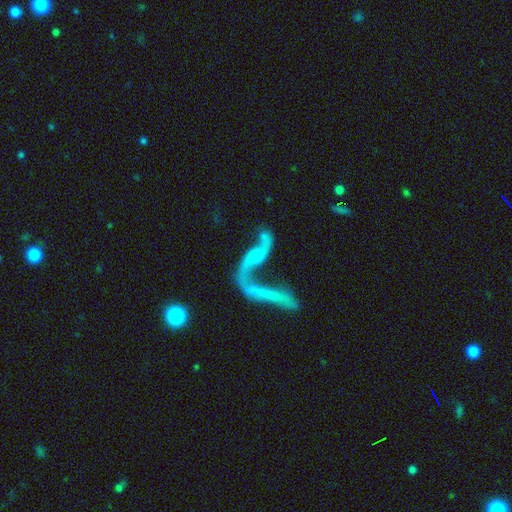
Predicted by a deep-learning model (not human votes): This is likely a featured or disk galaxy (76%). It is clearly not viewed edge-on (84%). Bar: likely no (64%). Spiral arm pattern: likely yes (73%). Central bulge: marginally none (43%). Merging: marginally merger (42%).